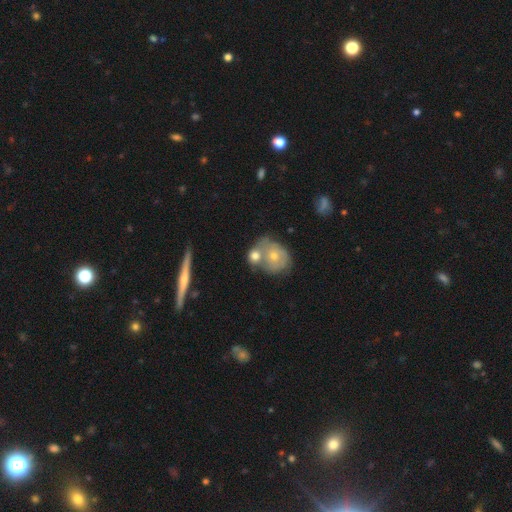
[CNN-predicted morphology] A smooth galaxy with no disk features (56%) that is round (67%). Merging: merger (53%).